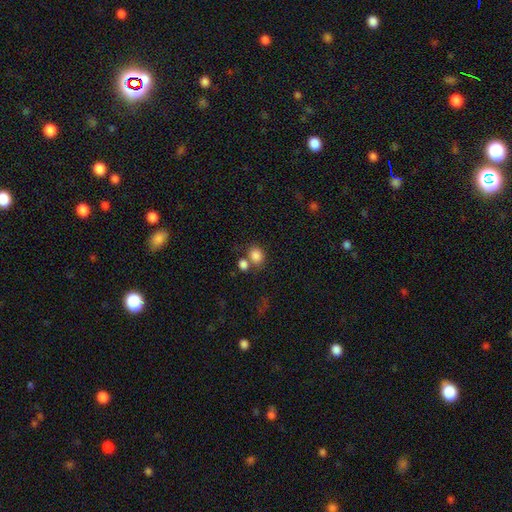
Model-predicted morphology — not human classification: Smooth or featured?
  - smooth: 84% *
  - star or artifact: 10%
  - featured or disk: 6%
How rounded?
  - round: 58% *
  - in between: 41%
  - cigar-shaped: 1%
Merging?
  - none: 52% *
  - merger: 33%
  - minor disturbance: 11%
  - major disturbance: 5%